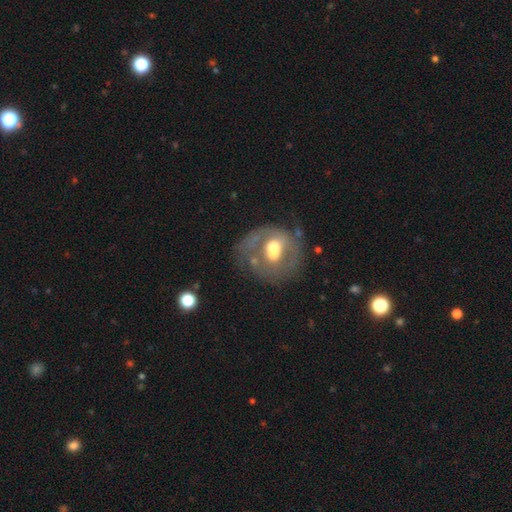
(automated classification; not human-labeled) smooth-or-featured: featured or disk: 68% | smooth: 21% | star or artifact: 12%
  disk-edge-on: no: 95% | yes: 5%
    bar: no: 39% (tied) | weak: 39% (tied) | strong: 23%
    has-spiral-arms: yes: 59% | no: 41%
    bulge-size: moderate: 65% | large: 15% | small: 15% | dominant: 2% | none: 2%
  merging: none: 76% | minor disturbance: 13% | major disturbance: 8% | merger: 3%